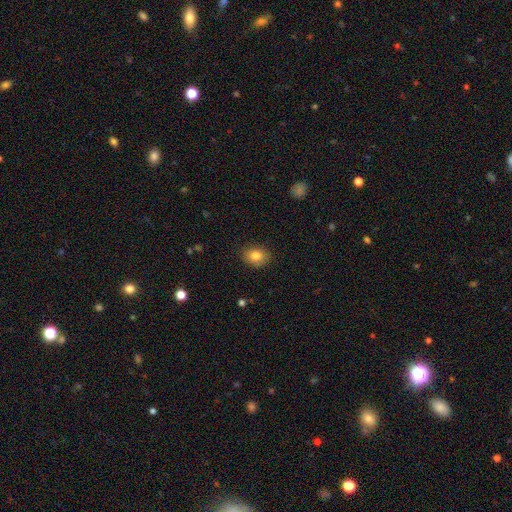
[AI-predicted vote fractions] Smooth or featured: smooth — 83% (star or artifact — 9%)
How rounded: in between — 60% (round — 39%)
Merging: none — 87% (minor disturbance — 10%)